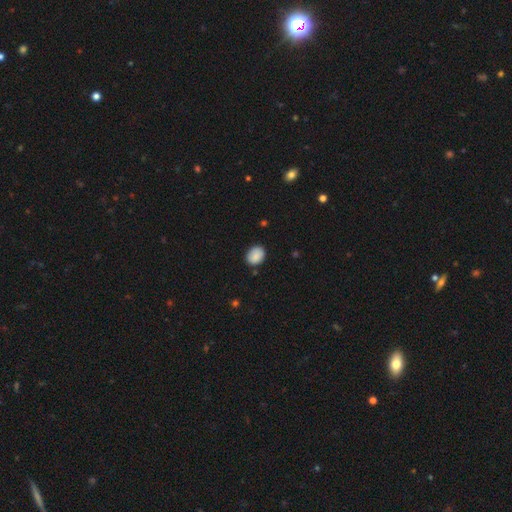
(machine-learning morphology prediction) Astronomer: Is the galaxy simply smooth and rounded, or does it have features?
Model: smooth — 87%.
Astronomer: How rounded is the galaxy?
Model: in between — 52% (runner-up: round, 47%).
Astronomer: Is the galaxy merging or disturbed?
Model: none — 83%.